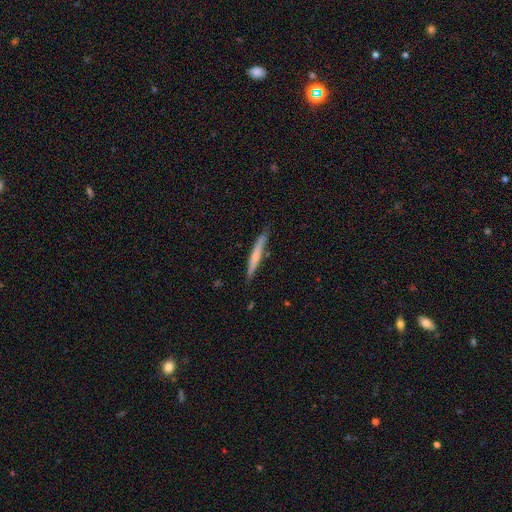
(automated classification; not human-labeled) The model was most divided on "smooth or featured": smooth: 50%, featured or disk: 45%, star or artifact: 6%. More confident: merging — none (82%).